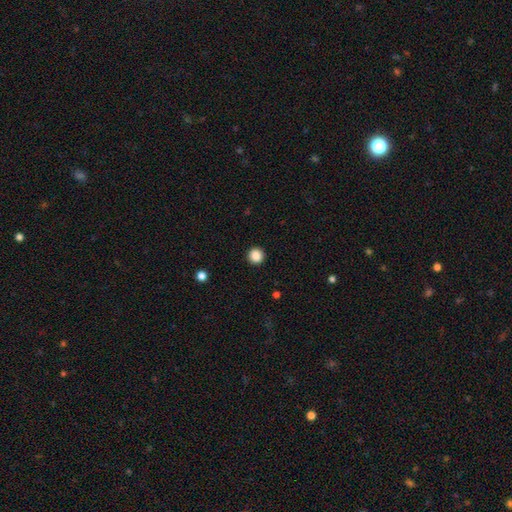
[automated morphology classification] This appears to be a smooth galaxy with no disk features (87%) that is round (95%). Merging: none (93%).